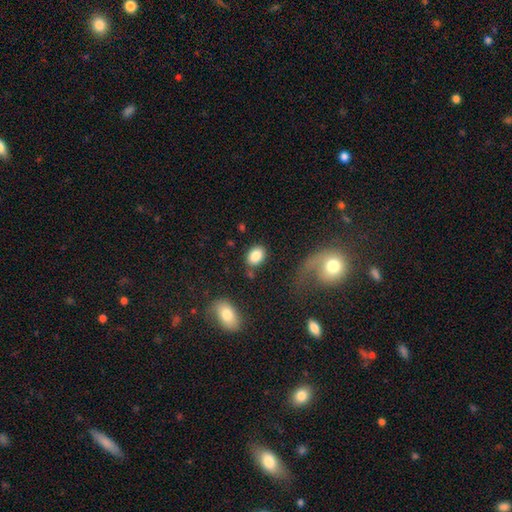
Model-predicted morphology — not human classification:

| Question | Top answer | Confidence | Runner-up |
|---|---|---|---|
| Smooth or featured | smooth | 85% | featured or disk (8%) |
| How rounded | in between | 72% | round (27%) |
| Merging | none | 76% | minor disturbance (13%) |